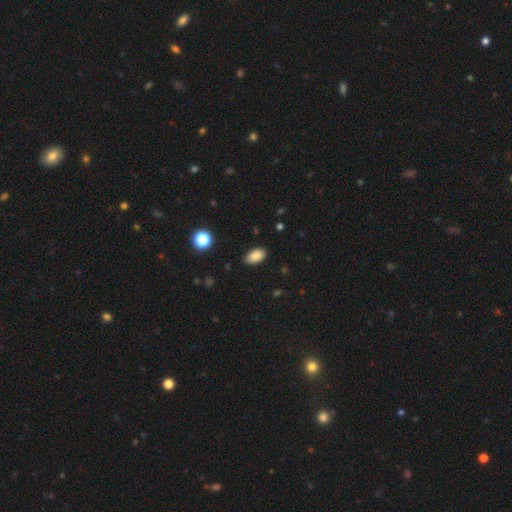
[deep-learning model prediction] smooth-or-featured: smooth: 85% | star or artifact: 9% | featured or disk: 6%
  how-rounded: in between: 92% | round: 6% | cigar-shaped: 2%
  merging: none: 85% | minor disturbance: 12% | major disturbance: 2% | merger: 1%